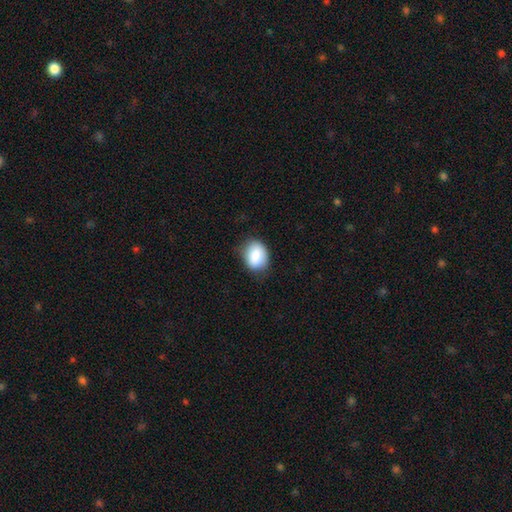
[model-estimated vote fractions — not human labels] A smooth galaxy with no disk features (86%) that is in between round and cigar-shaped (63%).

Vote fractions:
- Smooth or featured? smooth: 86% / star or artifact: 7% / featured or disk: 7%
- How rounded? in between: 63% / round: 35% / cigar-shaped: 1%
- Merging? none: 74% / minor disturbance: 21% / major disturbance: 5% / merger: 1%